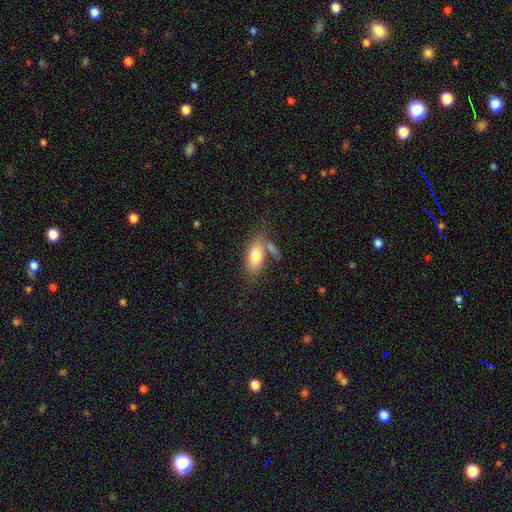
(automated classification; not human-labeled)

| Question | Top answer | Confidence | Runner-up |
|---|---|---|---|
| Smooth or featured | smooth | 77% | featured or disk (16%) |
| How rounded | in between | 85% | cigar-shaped (10%) |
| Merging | none | 53% | merger (24%) |